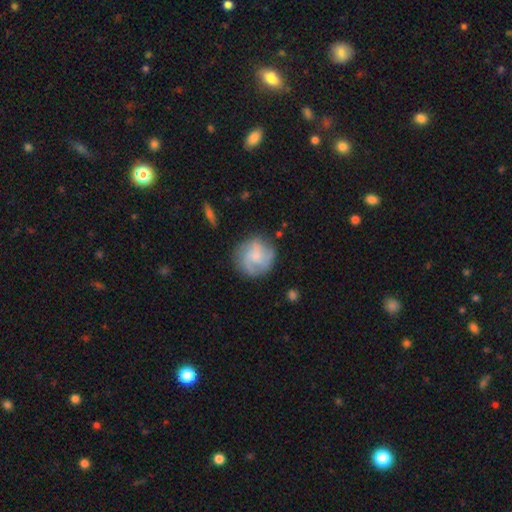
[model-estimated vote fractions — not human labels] smooth-or-featured: featured or disk: 60% | smooth: 33% | star or artifact: 7%
  disk-edge-on: no: 98% | yes: 2%
    bar: no: 64% | weak: 32% | strong: 5%
    has-spiral-arms: yes: 88% | no: 12%
      spiral-winding: medium: 45% | tight: 32% | loose: 23%
      spiral-arm-count: 3: 38% | can't tell: 24% | 2: 15% | 4: 14% | 1: 5% | more than 4: 5%
    bulge-size: small: 45% | moderate: 29% | none: 20% | large: 4% | dominant: 1%
  merging: none: 73% | minor disturbance: 17% | major disturbance: 8% | merger: 2%